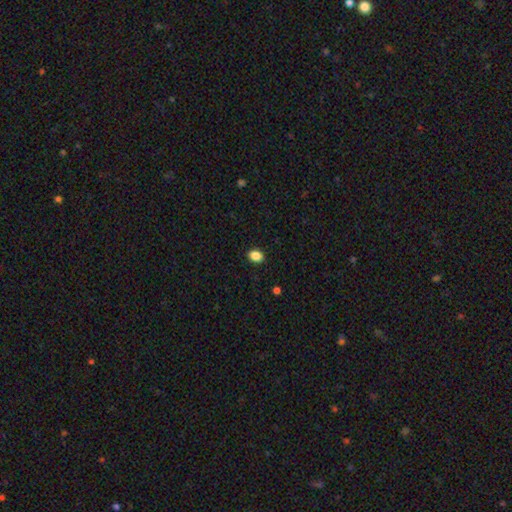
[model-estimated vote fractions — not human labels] Morphology: type=smooth (87%); roundness=in between (73%); merging=none (90%).